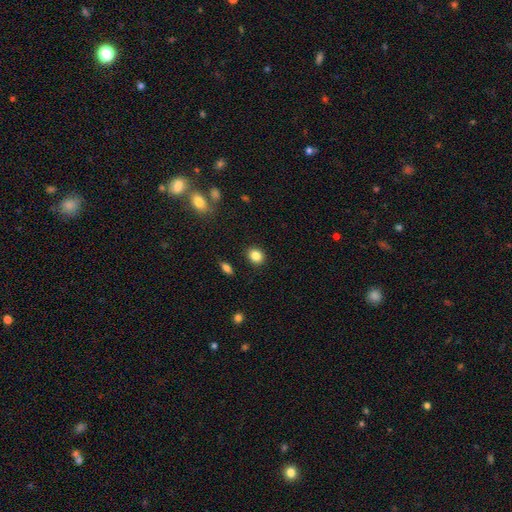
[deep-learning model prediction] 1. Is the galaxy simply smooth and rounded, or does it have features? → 85% smooth, 10% star or artifact, 5% featured or disk.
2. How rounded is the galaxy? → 68% round, 31% in between, 1% cigar-shaped.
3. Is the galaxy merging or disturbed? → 90% none, 7% minor disturbance, 2% major disturbance, 2% merger.